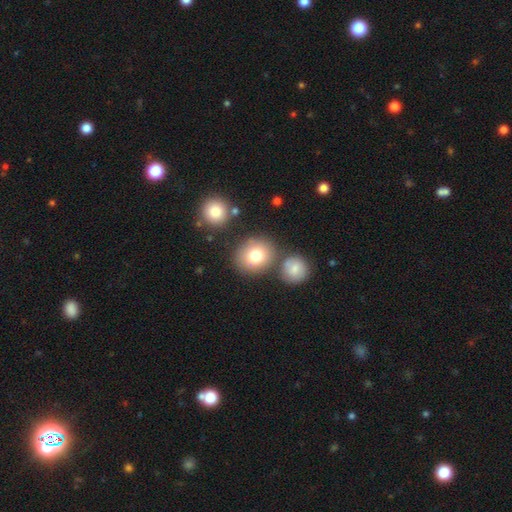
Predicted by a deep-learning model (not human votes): This appears to be a smooth galaxy with no disk features (79%) that is round (80%). Merging: none (72%).